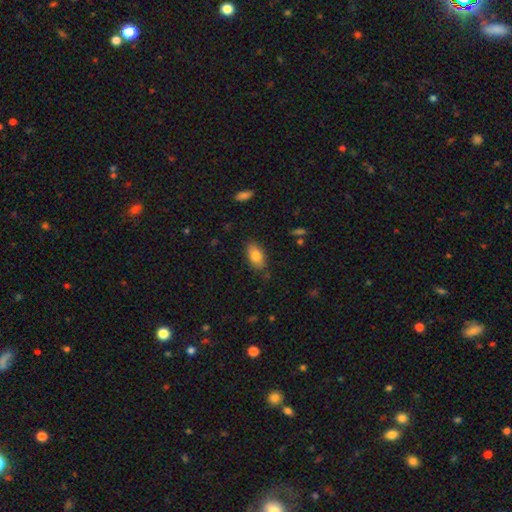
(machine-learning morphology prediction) Overall: smooth (81%). How rounded: in between (91%). Merging: none (83%).